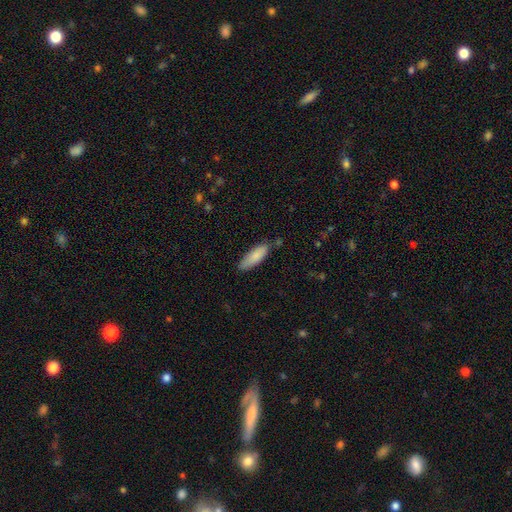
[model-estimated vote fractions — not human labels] smooth 85%, featured or disk 9%, star or artifact 6%. Down the decision tree: how rounded — in between (52%); merging — none (74%).